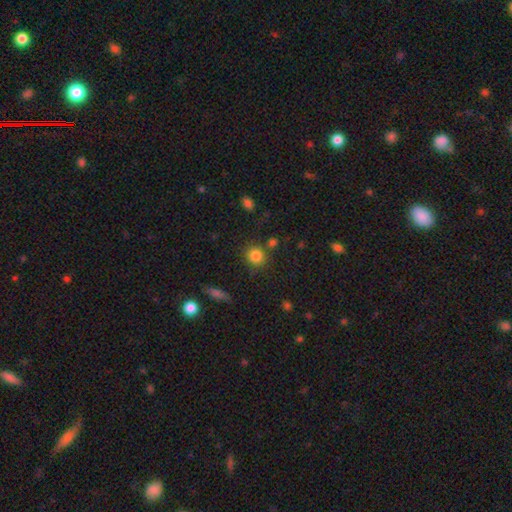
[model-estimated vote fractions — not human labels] Smooth or featured? smooth (83%)
How rounded? round (85%)
Merging? none (77%)